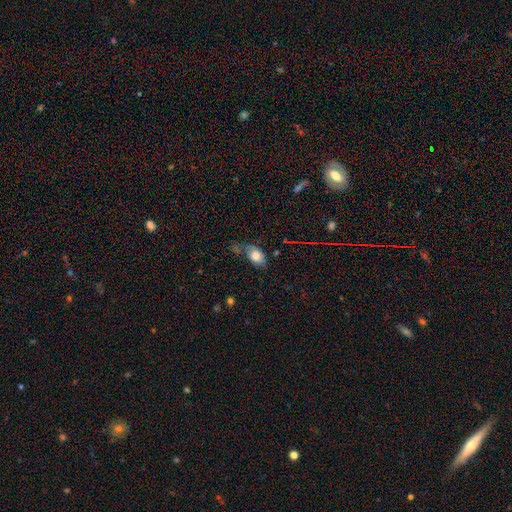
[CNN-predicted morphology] smooth_or_featured: smooth (p=0.79) [alt: featured or disk p=0.12]
how_rounded: in between (p=0.79) [alt: round p=0.19]
merging: none (p=0.44) [alt: minor disturbance p=0.29]